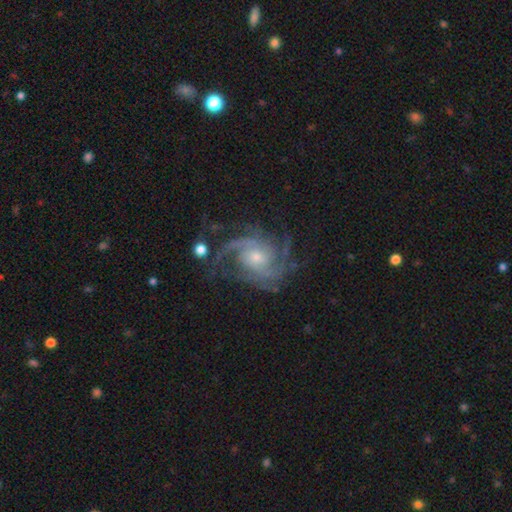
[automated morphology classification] Q: Smooth or featured?
A: featured or disk (91%); runner-up: star or artifact (5%)
Q: Edge-on disk?
A: no (98%); runner-up: yes (2%)
Q: Bar?
A: no (68%); runner-up: weak (25%)
Q: Spiral arms?
A: yes (98%); runner-up: no (2%)
Q: Spiral winding?
A: medium (46%); runner-up: tight (43%)
Q: Spiral arm count?
A: 3 (34%); runner-up: 2 (24%)
Q: Bulge size?
A: small (58%); runner-up: moderate (36%)
Q: Merging?
A: none (68%); runner-up: minor disturbance (17%)